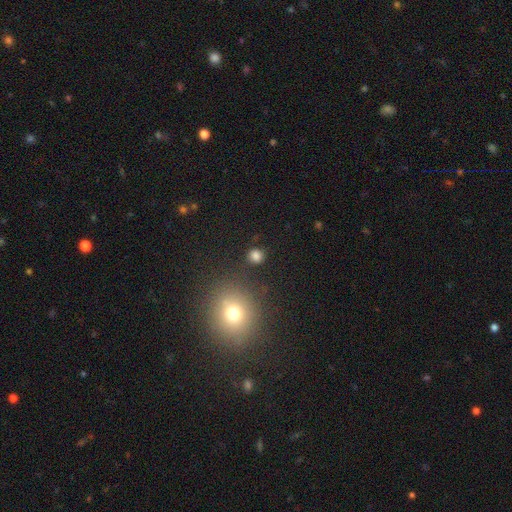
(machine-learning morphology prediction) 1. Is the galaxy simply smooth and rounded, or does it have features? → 81% smooth, 15% star or artifact, 5% featured or disk.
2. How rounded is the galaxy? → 85% round, 14% in between, 1% cigar-shaped.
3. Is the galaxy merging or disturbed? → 84% none, 8% minor disturbance, 4% merger, 3% major disturbance.